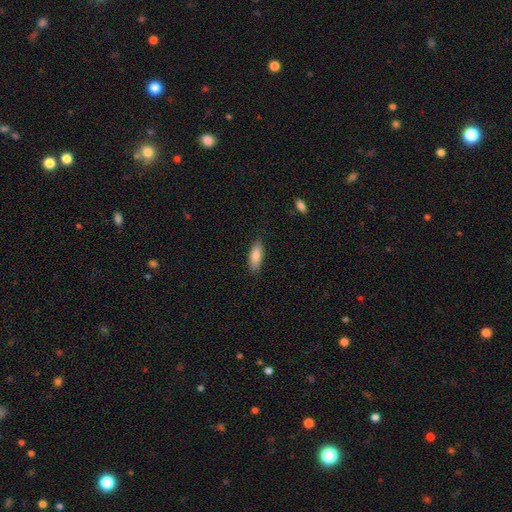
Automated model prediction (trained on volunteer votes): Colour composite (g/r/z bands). It shows a smooth galaxy with no disk features (84%) that is in between round and cigar-shaped (64%). Merging: none (85%).